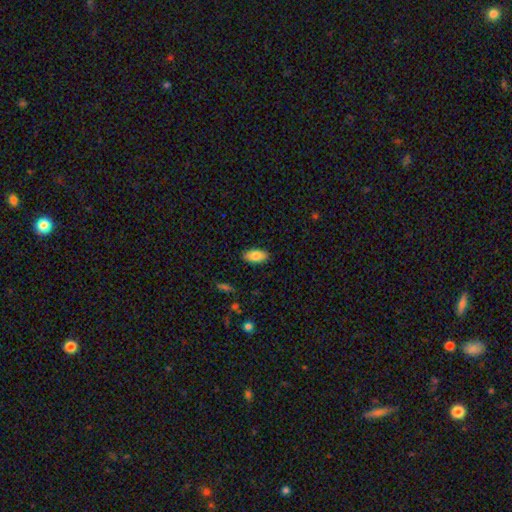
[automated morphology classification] A smooth galaxy with no disk features (85%) that is in between round and cigar-shaped (93%).

Vote fractions:
- Smooth or featured? smooth: 85% / featured or disk: 8% / star or artifact: 7%
- How rounded? in between: 93% / cigar-shaped: 5% / round: 2%
- Merging? none: 88% / minor disturbance: 9% / major disturbance: 2% / merger: 1%